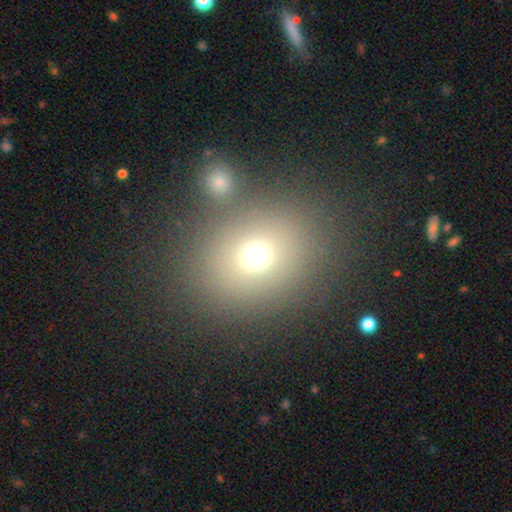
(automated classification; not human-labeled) smooth_or_featured: smooth (p=0.70) [alt: star or artifact p=0.18]
how_rounded: round (p=0.57) [alt: in between p=0.42]
merging: none (p=0.71) [alt: merger p=0.15]